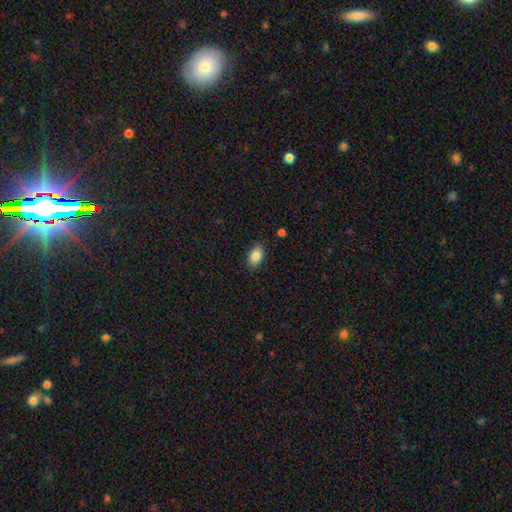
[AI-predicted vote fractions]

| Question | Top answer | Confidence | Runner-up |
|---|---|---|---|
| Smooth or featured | smooth | 86% | star or artifact (8%) |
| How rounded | in between | 90% | round (8%) |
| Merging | none | 86% | minor disturbance (10%) |